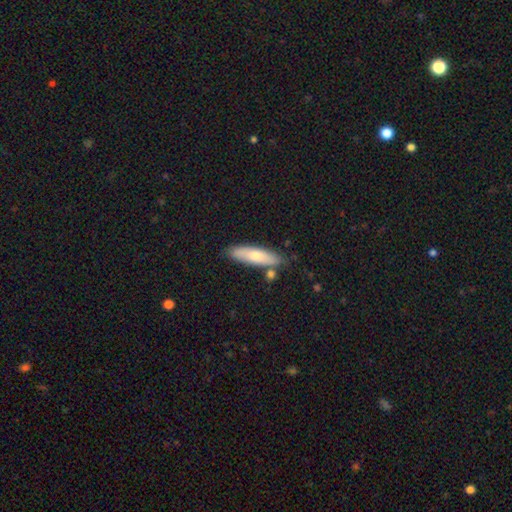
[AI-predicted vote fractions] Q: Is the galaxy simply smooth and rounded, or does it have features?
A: smooth — 68%.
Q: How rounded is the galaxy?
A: cigar-shaped — 67%.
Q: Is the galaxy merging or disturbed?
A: none — 77%.